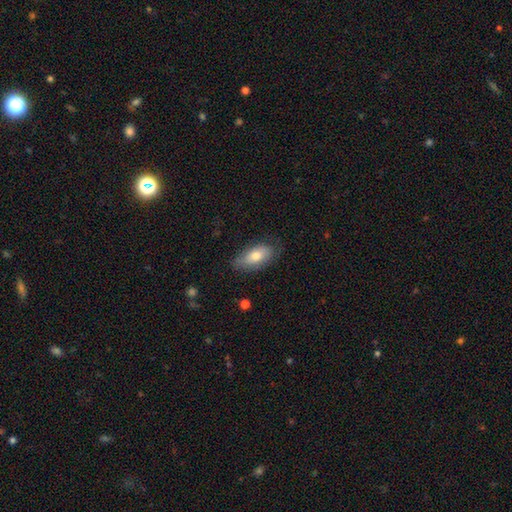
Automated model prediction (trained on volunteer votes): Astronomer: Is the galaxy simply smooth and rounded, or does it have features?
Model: smooth — 74%.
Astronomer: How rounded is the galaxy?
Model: in between — 88%.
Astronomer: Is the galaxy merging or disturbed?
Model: none — 74%.